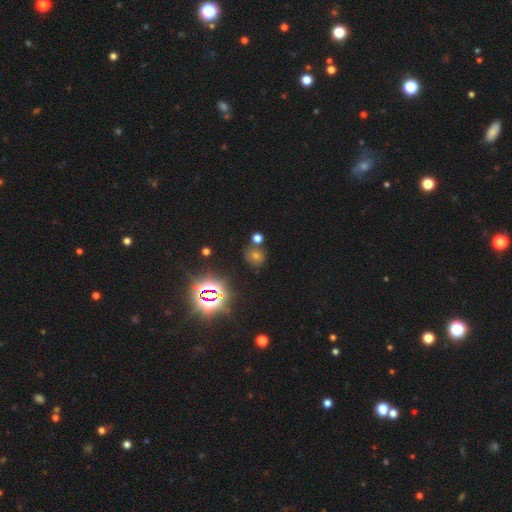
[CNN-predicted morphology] Smooth or featured: star or artifact — 57% (smooth — 31%)